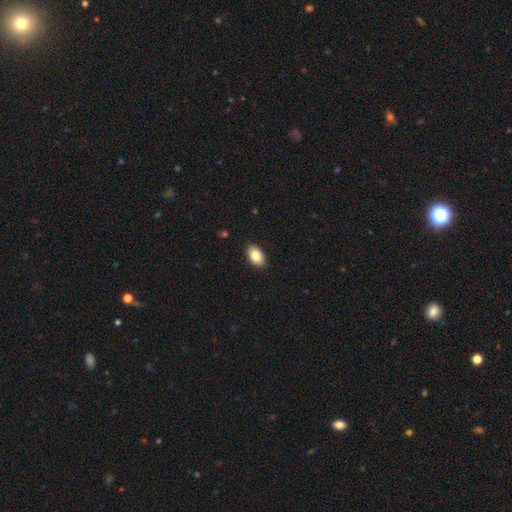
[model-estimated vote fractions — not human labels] This is clearly a smooth galaxy (86%). How rounded: clearly in between (92%). Merging: clearly none (90%).